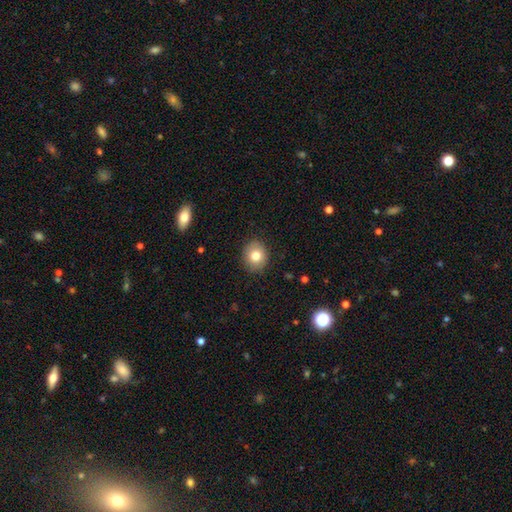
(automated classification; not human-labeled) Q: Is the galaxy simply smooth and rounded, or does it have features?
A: smooth — 79%.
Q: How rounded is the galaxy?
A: round — 68%.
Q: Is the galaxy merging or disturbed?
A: none — 88%.